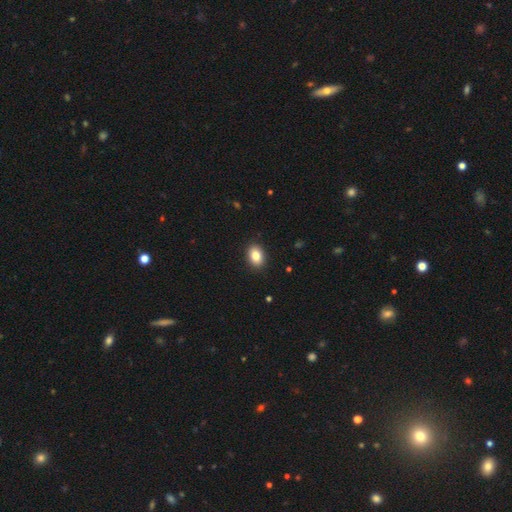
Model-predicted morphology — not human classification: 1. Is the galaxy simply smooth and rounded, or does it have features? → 85% smooth, 8% star or artifact, 6% featured or disk.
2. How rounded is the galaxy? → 77% in between, 22% round, 1% cigar-shaped.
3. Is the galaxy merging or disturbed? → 90% none, 7% minor disturbance, 2% major disturbance, 1% merger.